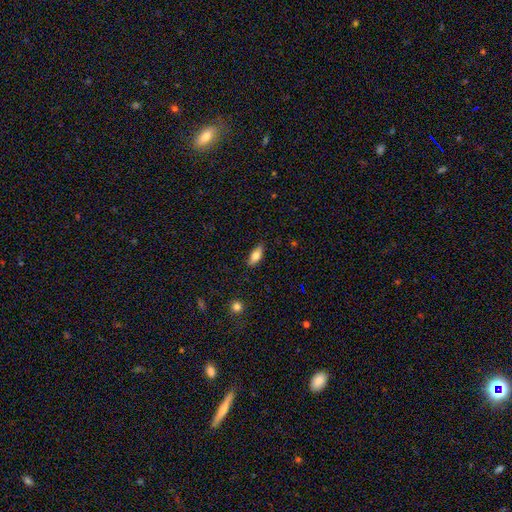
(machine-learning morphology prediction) smooth_or_featured: smooth (p=0.77) [alt: featured or disk p=0.16]
how_rounded: in between (p=0.81) [alt: cigar-shaped p=0.16]
merging: none (p=0.84) [alt: minor disturbance p=0.12]